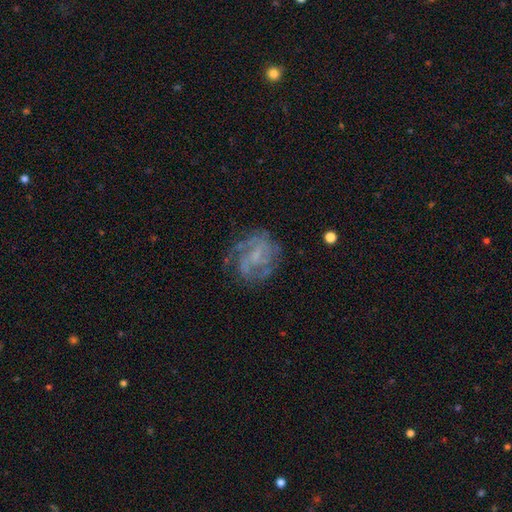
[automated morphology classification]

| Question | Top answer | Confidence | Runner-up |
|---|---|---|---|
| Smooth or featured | featured or disk | 76% | smooth (15%) |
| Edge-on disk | no | 98% | yes (2%) |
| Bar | weak | 45% | no (44%) |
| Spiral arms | yes | 83% | no (17%) |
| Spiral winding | tight | 43% | medium (41%) |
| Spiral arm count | can't tell | 35% | 2 (29%) |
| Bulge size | small | 45% | none (36%) |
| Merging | none | 64% | minor disturbance (19%) |